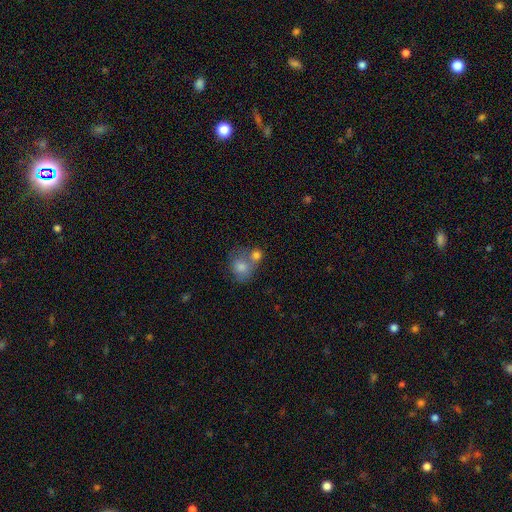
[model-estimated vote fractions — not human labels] This appears to be a smooth galaxy with no disk features (76%) that is round (65%). Merging: merger (58%).